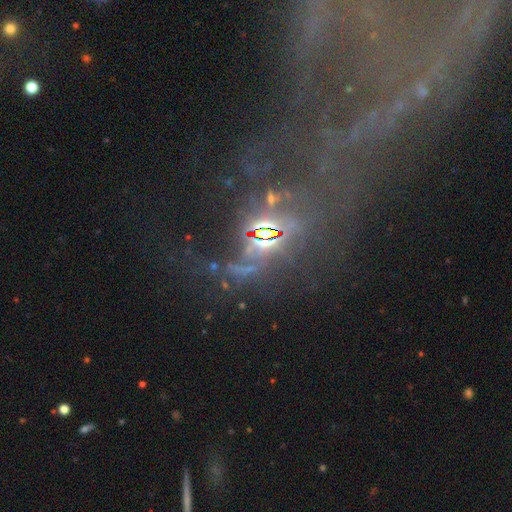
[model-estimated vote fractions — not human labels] Smooth or featured?
  - featured or disk: 54% *
  - star or artifact: 30%
  - smooth: 17%
Edge-on disk?
  - no: 86% *
  - yes: 14%
Merging?
  - major disturbance: 38% *
  - merger: 29%
  - none: 20%
  - minor disturbance: 12%